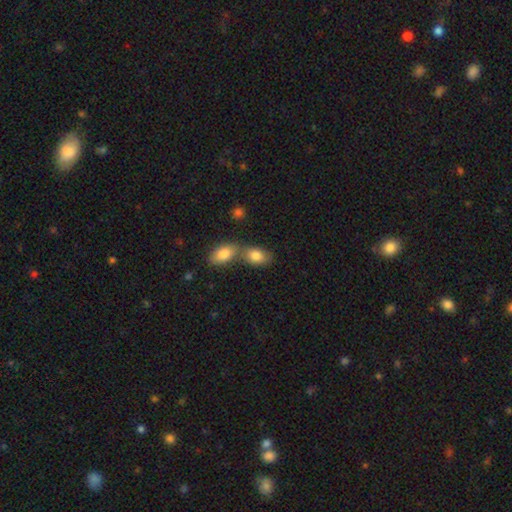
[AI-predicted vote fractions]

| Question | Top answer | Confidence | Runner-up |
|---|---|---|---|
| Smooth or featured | smooth | 83% | featured or disk (10%) |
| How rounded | in between | 88% | round (10%) |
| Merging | merger | 50% | none (38%) |